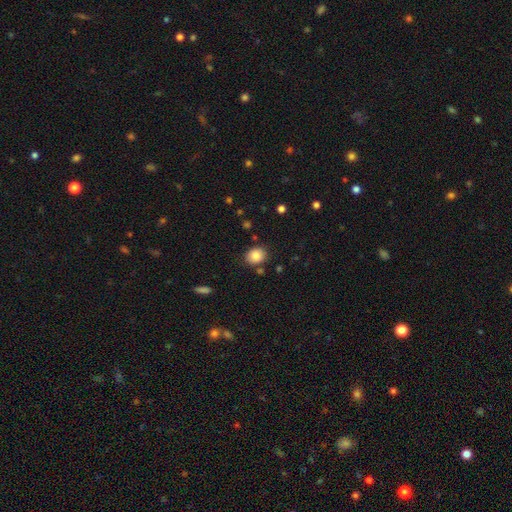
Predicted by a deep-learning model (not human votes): A smooth galaxy with no disk features (85%) that is round (60%).

Vote fractions:
- Smooth or featured? smooth: 85% / star or artifact: 9% / featured or disk: 6%
- How rounded? round: 60% / in between: 39% / cigar-shaped: 1%
- Merging? none: 83% / minor disturbance: 10% / merger: 4% / major disturbance: 3%